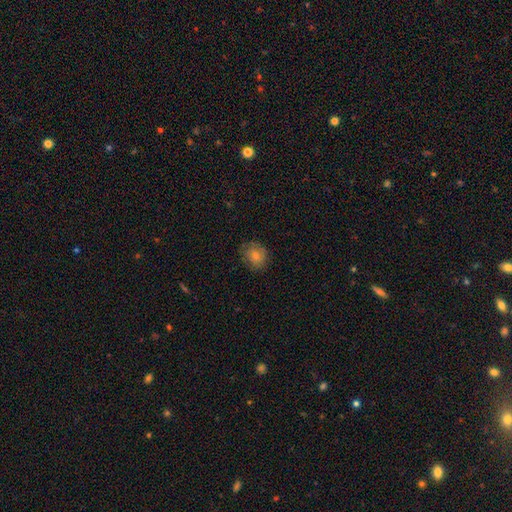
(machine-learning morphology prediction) Smooth or featured? smooth (65%)
How rounded? round (68%)
Merging? none (76%)